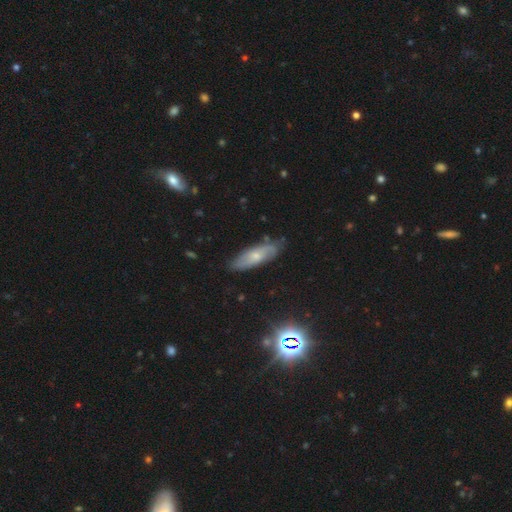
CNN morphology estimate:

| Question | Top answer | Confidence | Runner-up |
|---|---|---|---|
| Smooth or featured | featured or disk | 46% | smooth (45%) |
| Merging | none | 76% | minor disturbance (19%) |